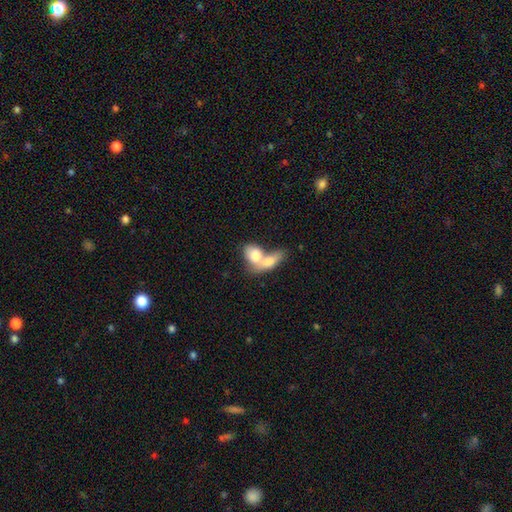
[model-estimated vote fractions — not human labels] A smooth galaxy with no disk features (75%) that is in between round and cigar-shaped (79%). Merging: merger (77%).